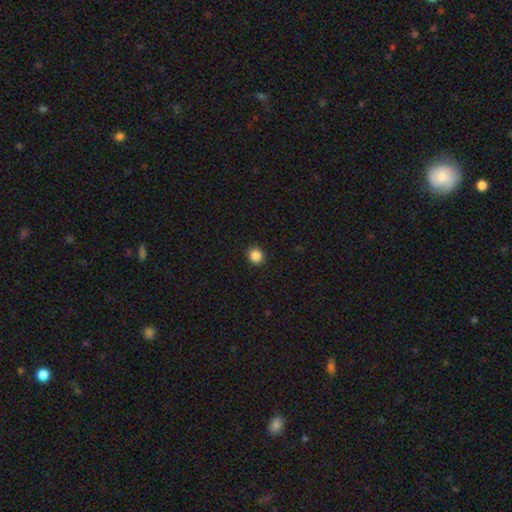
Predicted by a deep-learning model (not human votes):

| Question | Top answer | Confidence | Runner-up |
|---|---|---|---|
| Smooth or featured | smooth | 87% | star or artifact (10%) |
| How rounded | round | 90% | in between (9%) |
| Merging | none | 93% | minor disturbance (5%) |